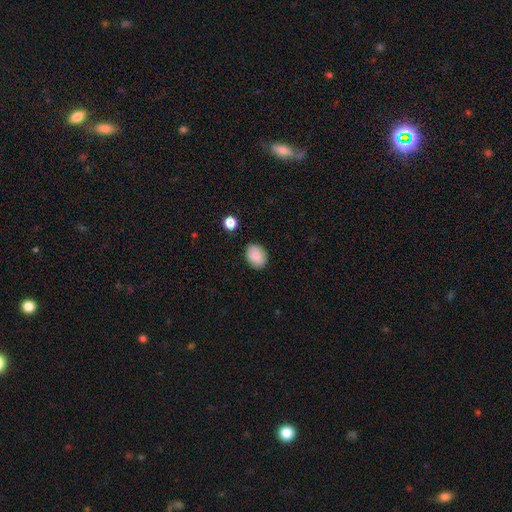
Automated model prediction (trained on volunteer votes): Smooth or featured? smooth (88%)
How rounded? in between (68%)
Merging? none (85%)